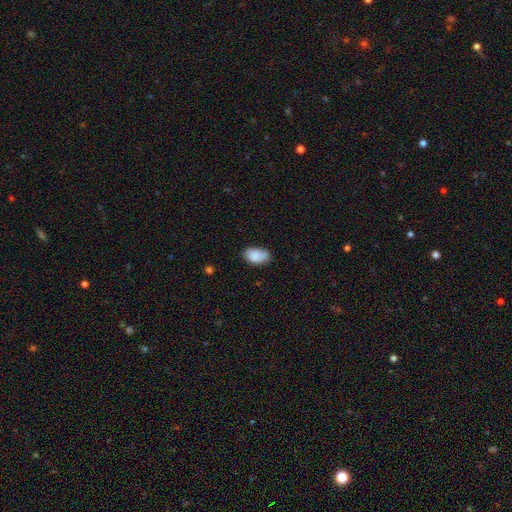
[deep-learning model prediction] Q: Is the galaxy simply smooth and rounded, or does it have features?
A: smooth — 83%.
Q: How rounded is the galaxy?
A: in between — 92%.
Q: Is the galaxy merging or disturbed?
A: none — 67%.